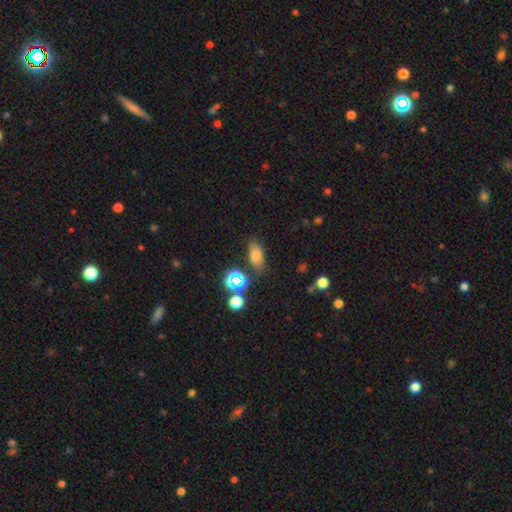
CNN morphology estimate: The model was most divided on "smooth or featured": smooth: 71%, star or artifact: 17%, featured or disk: 12%. More confident: how rounded — in between (79%); merging — none (75%).